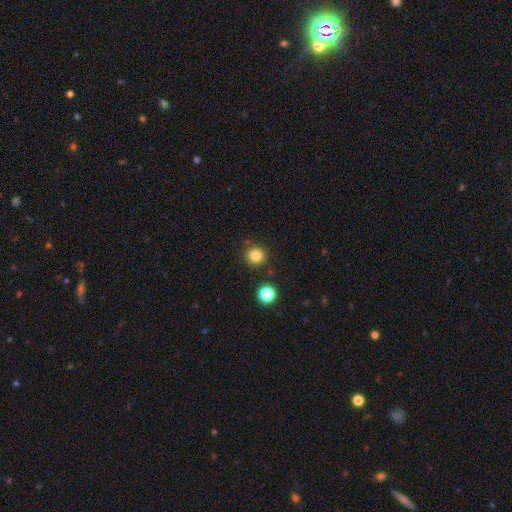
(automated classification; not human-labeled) Smooth or featured?
  - smooth: 83% *
  - star or artifact: 13%
  - featured or disk: 5%
How rounded?
  - round: 94% *
  - in between: 5%
  - cigar-shaped: 1%
Merging?
  - none: 87% *
  - minor disturbance: 7%
  - merger: 3%
  - major disturbance: 2%